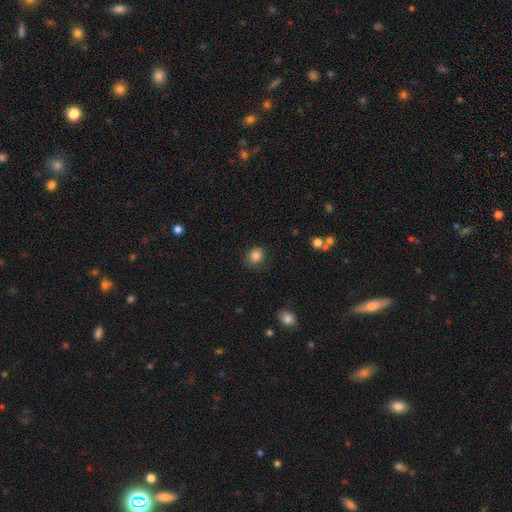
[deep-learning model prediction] Smooth or featured? Predicted: smooth (p=0.85). How rounded? Predicted: round (p=0.79). Merging? Predicted: none (p=0.80).